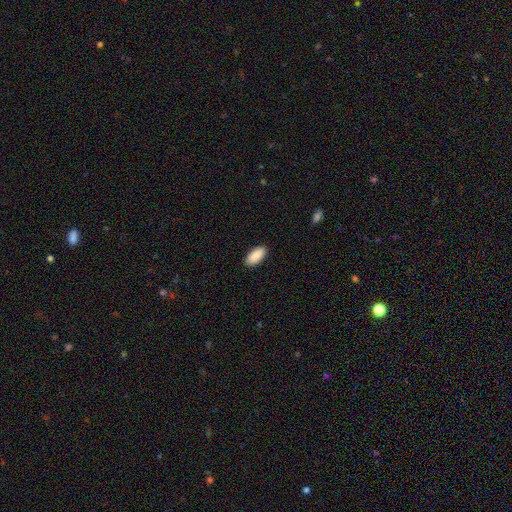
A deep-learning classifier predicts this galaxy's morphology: Smooth or featured? smooth (90%)
How rounded? in between (90%)
Merging? none (90%)